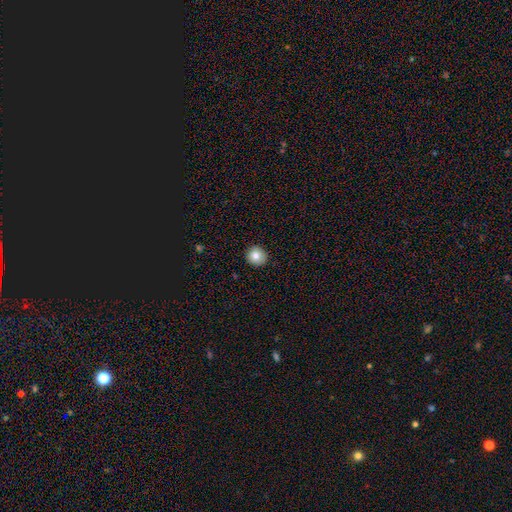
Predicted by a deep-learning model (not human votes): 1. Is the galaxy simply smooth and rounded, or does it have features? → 83% smooth, 9% star or artifact, 8% featured or disk.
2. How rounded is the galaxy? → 92% round, 7% in between, 1% cigar-shaped.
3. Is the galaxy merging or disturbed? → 92% none, 6% minor disturbance, 1% major disturbance, 1% merger.